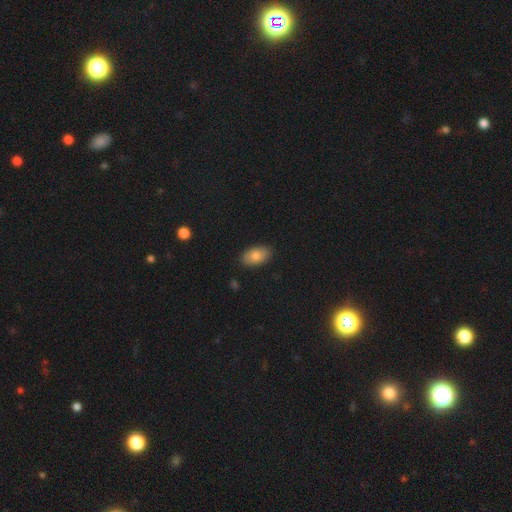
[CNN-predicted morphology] smooth 79%, featured or disk 13%, star or artifact 8%. Down the decision tree: how rounded — in between (92%); merging — none (88%).